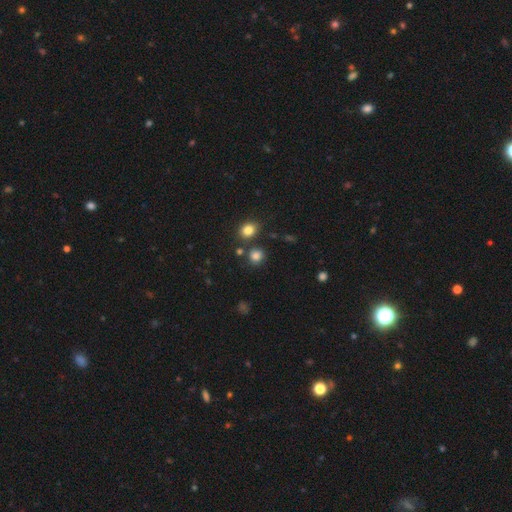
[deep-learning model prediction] Overall: smooth (82%). How rounded: round (83%). Merging: none (77%).